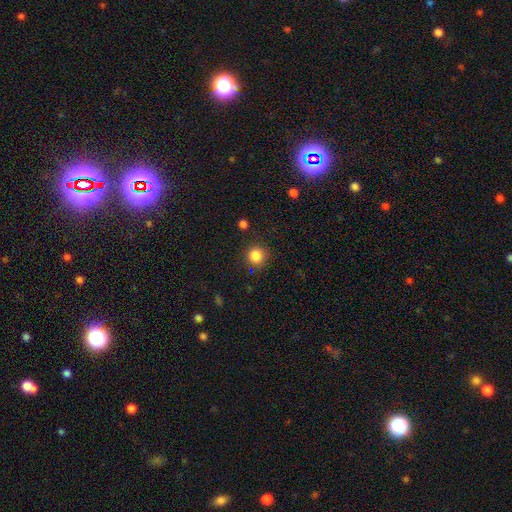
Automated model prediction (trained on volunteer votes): smooth 85%, star or artifact 11%, featured or disk 4%. Down the decision tree: how rounded — round (93%); merging — none (87%).